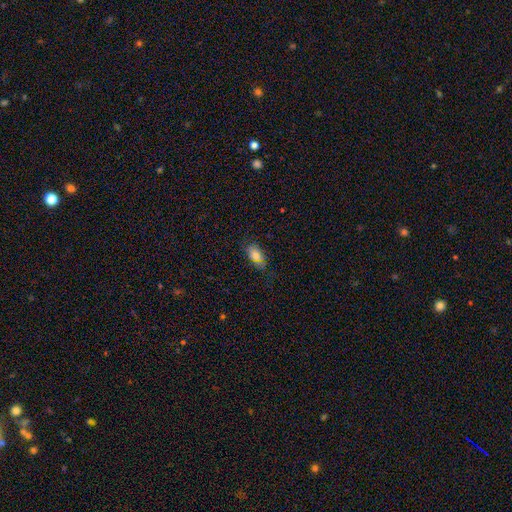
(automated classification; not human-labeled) Smooth or featured?
  - smooth: 77% *
  - featured or disk: 12%
  - star or artifact: 11%
How rounded?
  - in between: 88% *
  - cigar-shaped: 8%
  - round: 4%
Merging?
  - none: 76% *
  - minor disturbance: 18%
  - major disturbance: 5%
  - merger: 2%